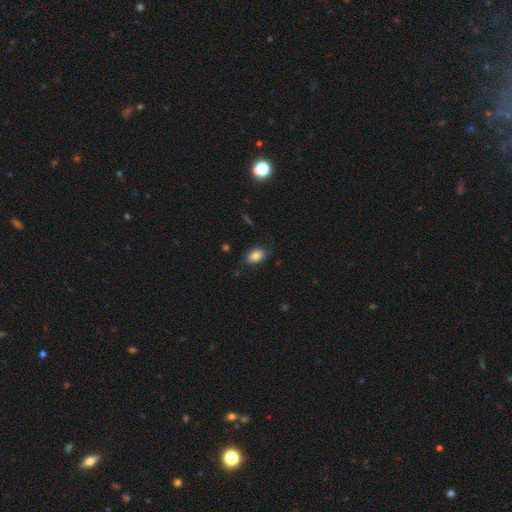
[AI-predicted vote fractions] smooth-or-featured: smooth: 83% | featured or disk: 9% | star or artifact: 8%
  how-rounded: in between: 86% | round: 13% | cigar-shaped: 2%
  merging: none: 74% | minor disturbance: 20% | major disturbance: 5% | merger: 1%